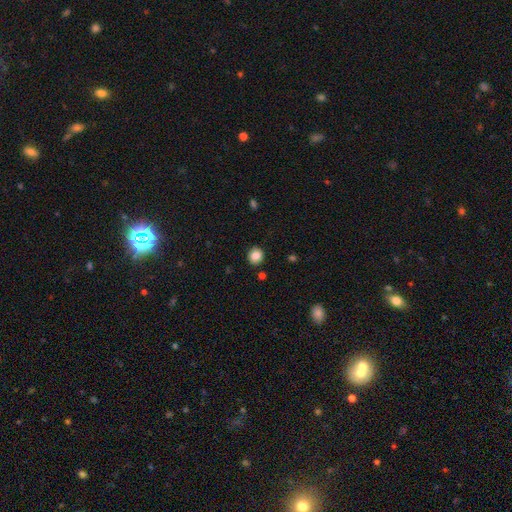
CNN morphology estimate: Smooth or featured?
  - smooth: 85% *
  - star or artifact: 10%
  - featured or disk: 5%
How rounded?
  - round: 86% *
  - in between: 13%
  - cigar-shaped: 1%
Merging?
  - none: 89% *
  - minor disturbance: 7%
  - major disturbance: 2%
  - merger: 2%